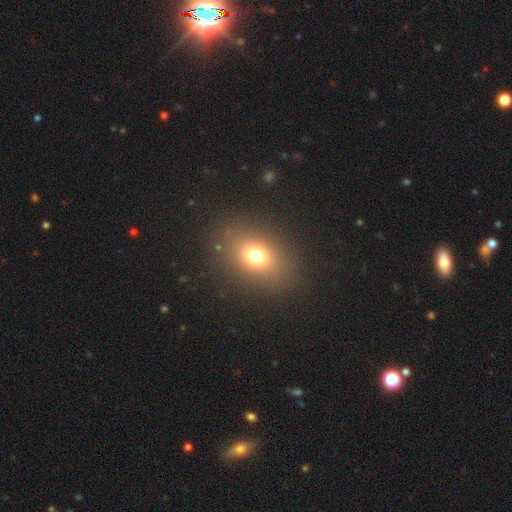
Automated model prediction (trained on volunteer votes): Smooth or featured?
  - smooth: 71% *
  - star or artifact: 17%
  - featured or disk: 12%
How rounded?
  - in between: 63% *
  - round: 36%
  - cigar-shaped: 2%
Merging?
  - none: 84% *
  - minor disturbance: 9%
  - major disturbance: 6%
  - merger: 1%